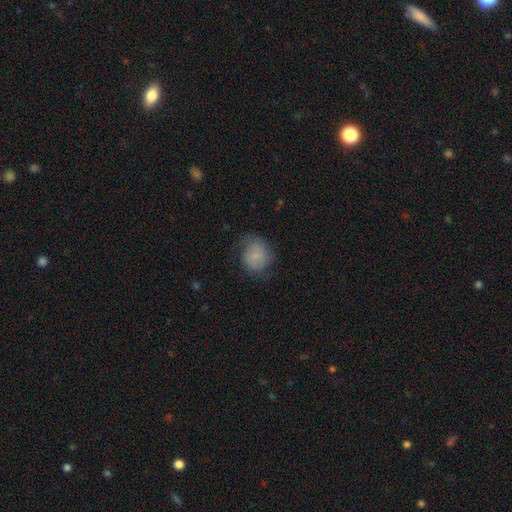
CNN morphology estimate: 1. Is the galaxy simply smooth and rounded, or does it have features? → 70% smooth, 21% featured or disk, 10% star or artifact.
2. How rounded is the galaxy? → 61% round, 38% in between, 1% cigar-shaped.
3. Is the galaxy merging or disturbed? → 56% none, 27% minor disturbance, 15% major disturbance, 1% merger.